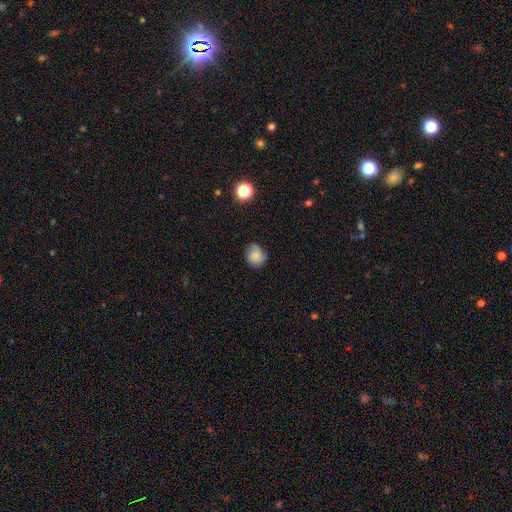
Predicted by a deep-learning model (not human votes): Smooth or featured? smooth (62%)
How rounded? round (68%)
Merging? none (64%)